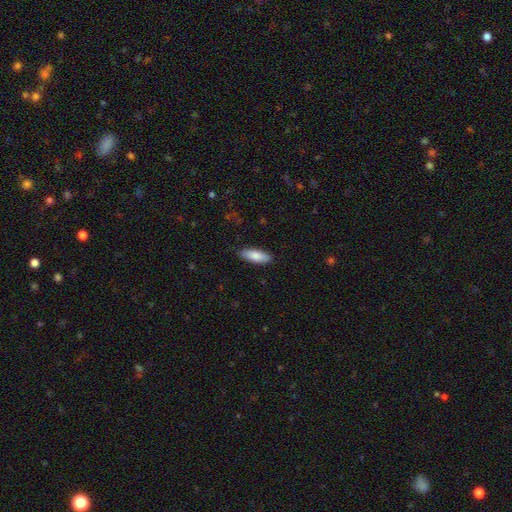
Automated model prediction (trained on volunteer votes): Morphology: type=smooth (84%); roundness=in between (68%); merging=none (87%).